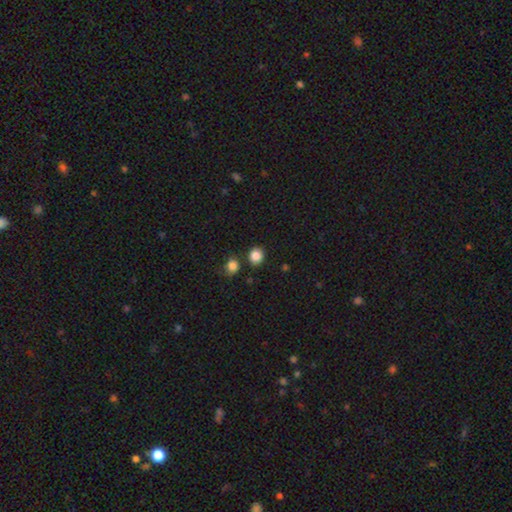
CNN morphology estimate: type=smooth (86%); roundness=round (75%); merging=none (81%).